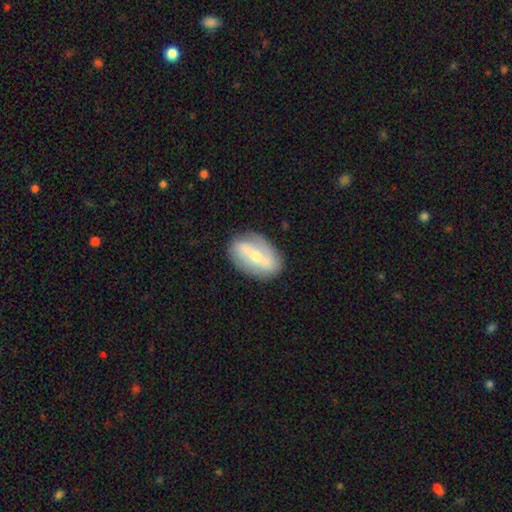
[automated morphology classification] Smooth or featured? Predicted: featured or disk (p=0.66). Edge-on disk? Predicted: no (p=0.89). Bar? Predicted: strong (p=0.59). Spiral arms? Predicted: yes (p=0.61). Bulge size? Predicted: small (p=0.50). Merging? Predicted: none (p=0.82).